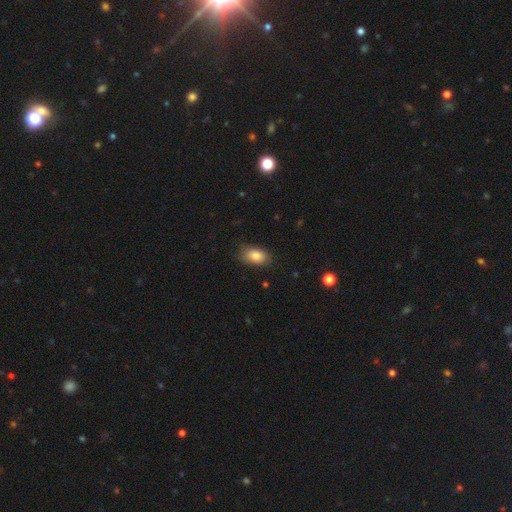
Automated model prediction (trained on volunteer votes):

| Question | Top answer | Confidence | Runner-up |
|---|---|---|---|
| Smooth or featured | smooth | 84% | featured or disk (8%) |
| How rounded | in between | 89% | round (9%) |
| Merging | none | 78% | minor disturbance (18%) |